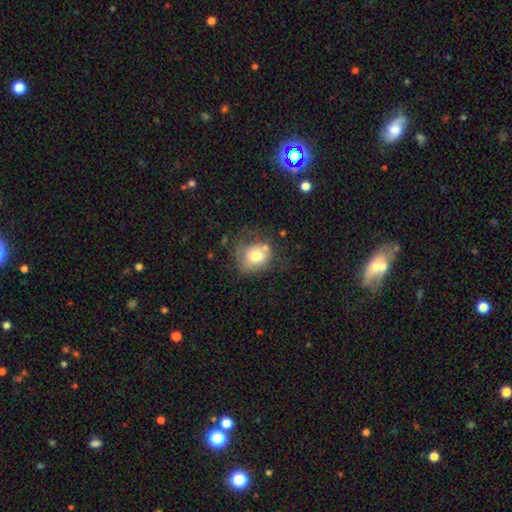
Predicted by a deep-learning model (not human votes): This is likely a smooth galaxy (65%). How rounded: likely round (62%). Merging: marginally none (44%).